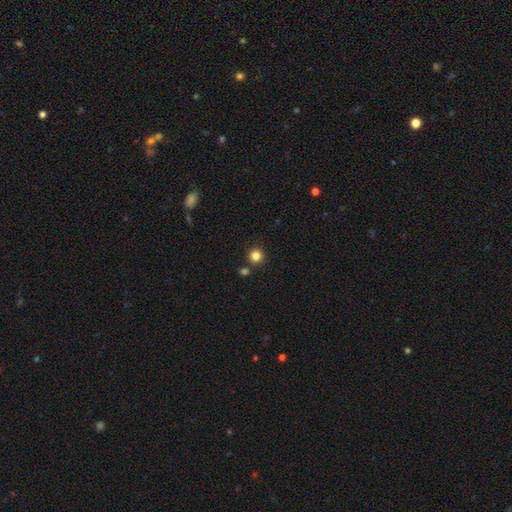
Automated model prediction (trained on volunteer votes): Smooth or featured? smooth (82%)
How rounded? round (95%)
Merging? none (84%)